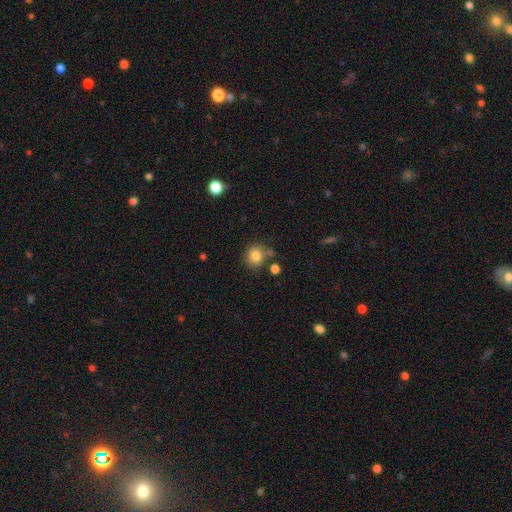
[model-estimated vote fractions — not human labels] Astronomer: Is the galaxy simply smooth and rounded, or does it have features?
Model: smooth — 82%.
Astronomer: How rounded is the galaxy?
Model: round — 83%.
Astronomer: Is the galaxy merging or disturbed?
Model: none — 75%.